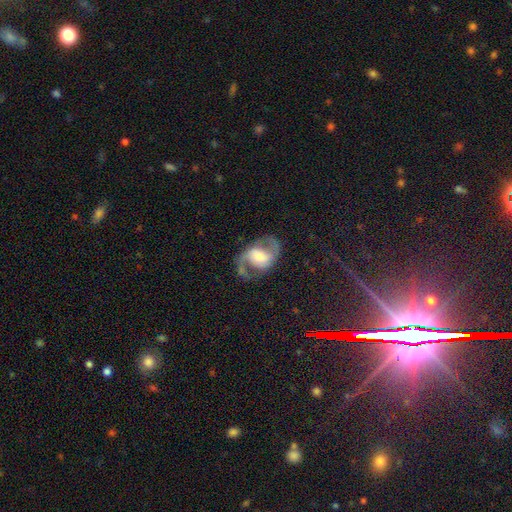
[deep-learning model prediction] Smooth or featured? featured or disk (84%)
Edge-on disk? no (97%)
Bar? weak (42%)
Spiral arms? yes (94%)
Spiral winding? medium (52%)
Spiral arm count? 2 (92%)
Bulge size? moderate (50%)
Merging? none (69%)